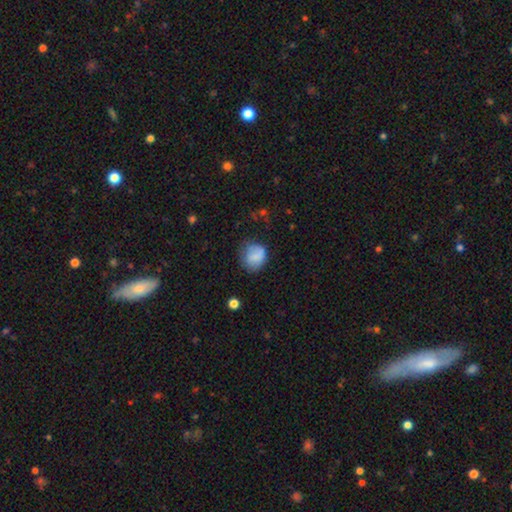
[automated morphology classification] The model was most divided on "merging": none: 56%, minor disturbance: 28%, major disturbance: 13%, merger: 2%. More confident: smooth or featured — smooth (79%); how rounded — round (76%).